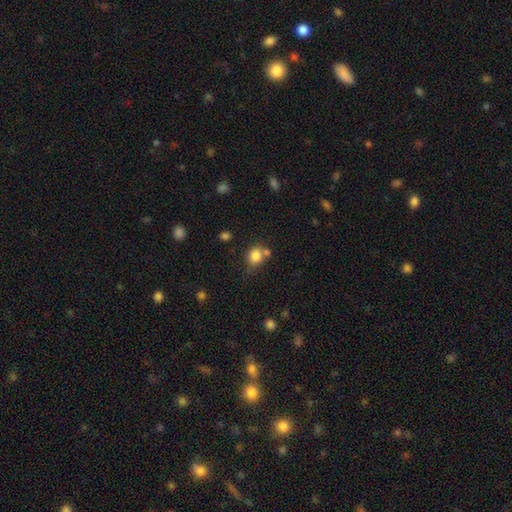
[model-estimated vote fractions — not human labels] Smooth or featured: smooth — 82% (star or artifact — 11%)
How rounded: round — 67% (in between — 32%)
Merging: none — 55% (merger — 23%)